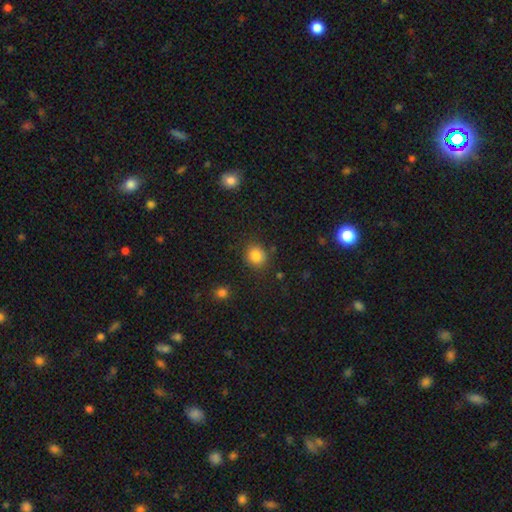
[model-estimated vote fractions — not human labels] Smooth or featured?
  - smooth: 85% *
  - star or artifact: 10%
  - featured or disk: 5%
How rounded?
  - round: 80% *
  - in between: 19%
  - cigar-shaped: 1%
Merging?
  - none: 85% *
  - minor disturbance: 9%
  - major disturbance: 3%
  - merger: 3%